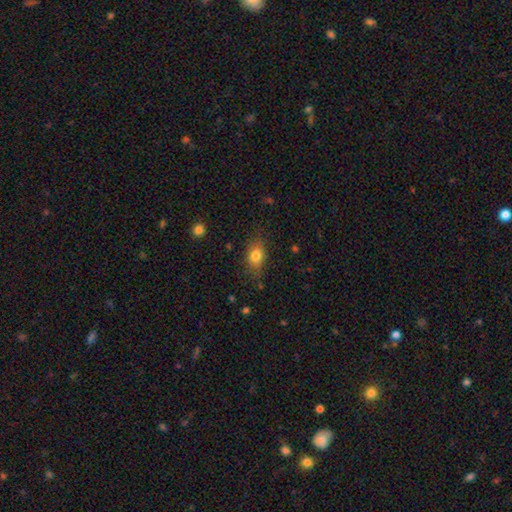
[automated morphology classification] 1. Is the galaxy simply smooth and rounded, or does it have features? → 80% smooth, 10% featured or disk, 10% star or artifact.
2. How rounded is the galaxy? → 72% in between, 25% round, 3% cigar-shaped.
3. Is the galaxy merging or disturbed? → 77% none, 17% minor disturbance, 5% major disturbance, 2% merger.